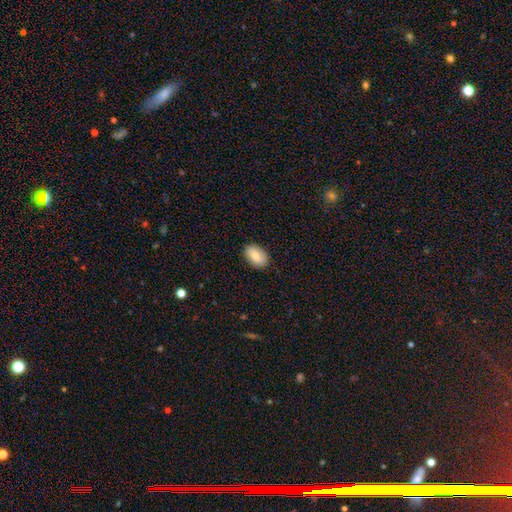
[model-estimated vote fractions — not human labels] The model was most divided on "smooth or featured": smooth: 77%, featured or disk: 16%, star or artifact: 7%. More confident: how rounded — in between (88%); merging — none (86%).